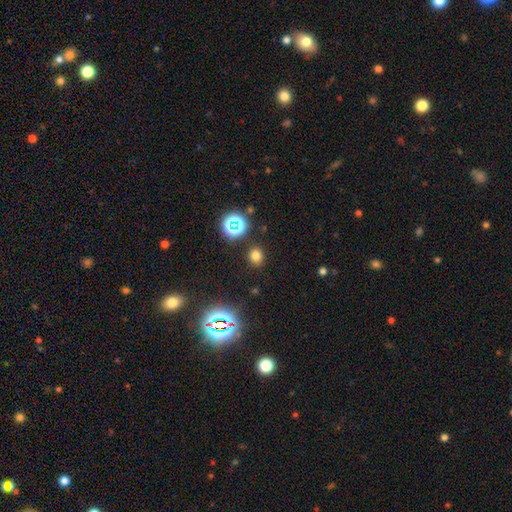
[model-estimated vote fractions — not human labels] Smooth or featured? Predicted: smooth (p=0.72). How rounded? Predicted: round (p=0.75). Merging? Predicted: none (p=0.88).